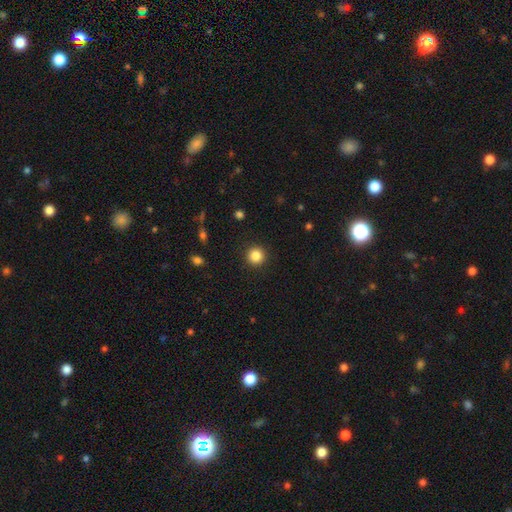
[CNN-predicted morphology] smooth 85%, star or artifact 11%, featured or disk 4%. Down the decision tree: how rounded — round (96%); merging — none (92%).